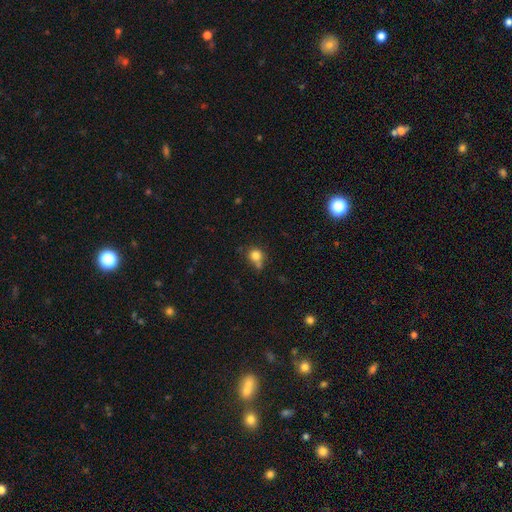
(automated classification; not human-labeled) smooth-or-featured: smooth: 80% | star or artifact: 12% | featured or disk: 8%
  how-rounded: round: 81% | in between: 18% | cigar-shaped: 1%
  merging: none: 52% | minor disturbance: 21% | merger: 20% | major disturbance: 7%